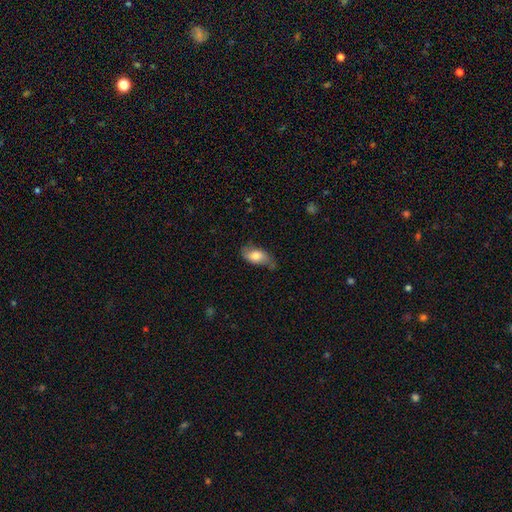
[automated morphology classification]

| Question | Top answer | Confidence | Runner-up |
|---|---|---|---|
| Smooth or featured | smooth | 69% | featured or disk (25%) |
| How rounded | in between | 90% | cigar-shaped (5%) |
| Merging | none | 52% | minor disturbance (35%) |